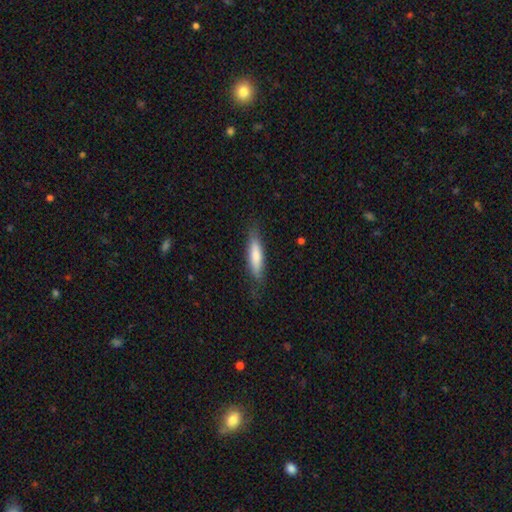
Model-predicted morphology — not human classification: Smooth or featured? smooth (75%)
How rounded? cigar-shaped (70%)
Merging? none (78%)